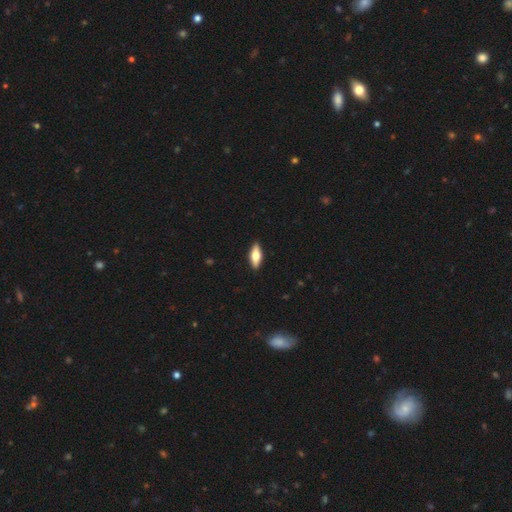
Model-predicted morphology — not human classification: Smooth or featured?
  - smooth: 59% *
  - featured or disk: 35%
  - star or artifact: 6%
How rounded?
  - in between: 65% *
  - cigar-shaped: 32%
  - round: 3%
Merging?
  - none: 90% *
  - minor disturbance: 7%
  - major disturbance: 1%
  - merger: 1%